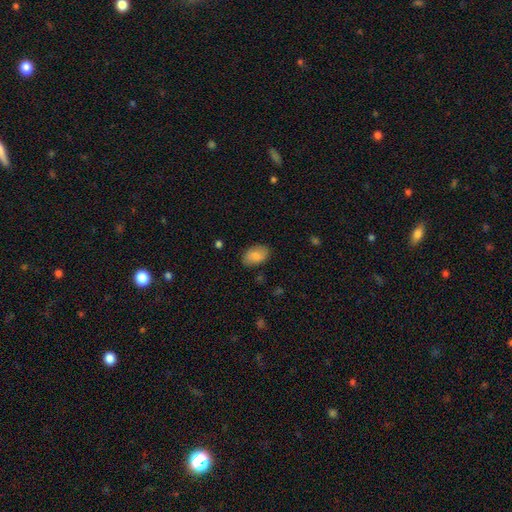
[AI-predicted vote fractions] smooth-or-featured: smooth: 83% | featured or disk: 11% | star or artifact: 7%
  how-rounded: in between: 90% | round: 9% | cigar-shaped: 1%
  merging: none: 82% | minor disturbance: 14% | major disturbance: 3% | merger: 1%